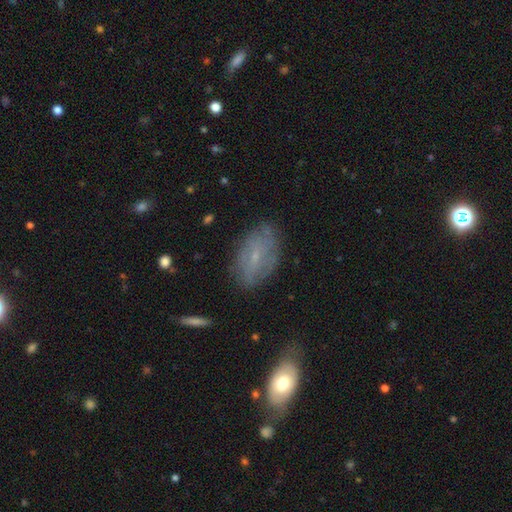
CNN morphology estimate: smooth_or_featured: smooth (p=0.45) [alt: featured or disk p=0.43]
merging: none (p=0.74) [alt: minor disturbance p=0.19]